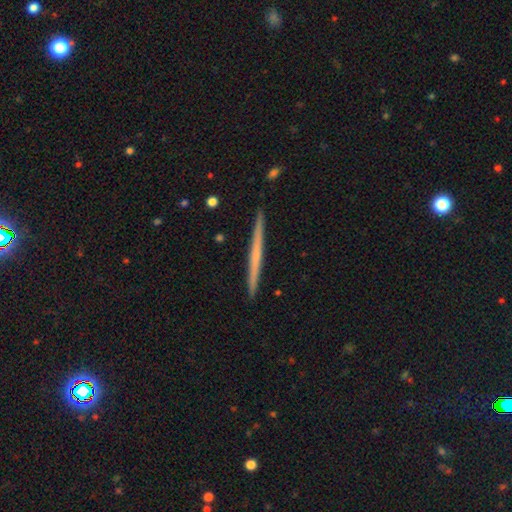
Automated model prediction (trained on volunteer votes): Morphology: type=featured or disk (56%); edge-on=yes (98%); edge-on bulge=none (83%); merging=none (93%).